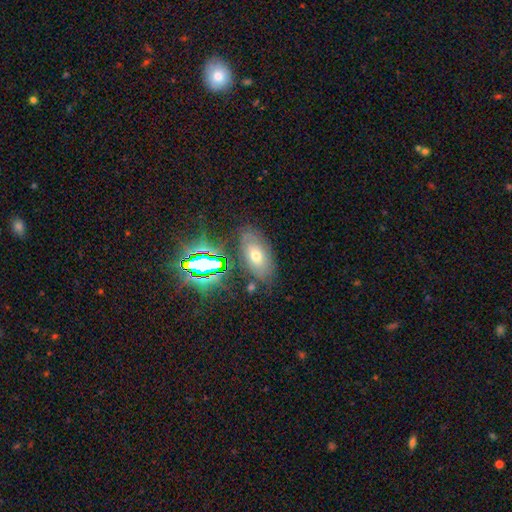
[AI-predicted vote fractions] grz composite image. It shows a smooth galaxy with no disk features (47%). Merging: none (75%).